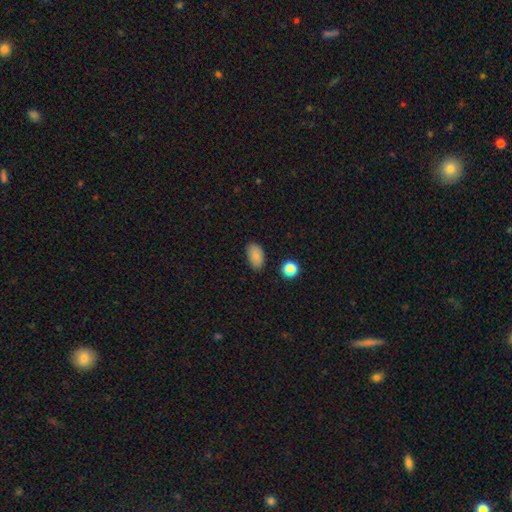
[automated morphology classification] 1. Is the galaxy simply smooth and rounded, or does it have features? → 85% smooth, 9% star or artifact, 5% featured or disk.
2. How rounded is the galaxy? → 91% in between, 7% round, 2% cigar-shaped.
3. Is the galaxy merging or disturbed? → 84% none, 12% minor disturbance, 3% major disturbance, 2% merger.